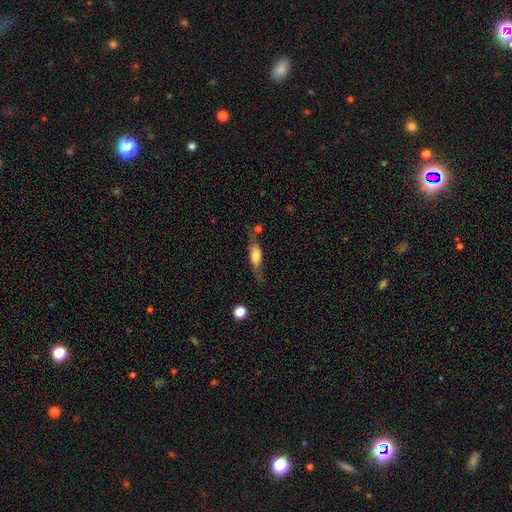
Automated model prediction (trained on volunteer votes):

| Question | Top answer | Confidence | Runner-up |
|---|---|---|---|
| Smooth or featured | smooth | 51% | featured or disk (42%) |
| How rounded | cigar-shaped | 52% | in between (43%) |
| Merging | none | 63% | minor disturbance (21%) |